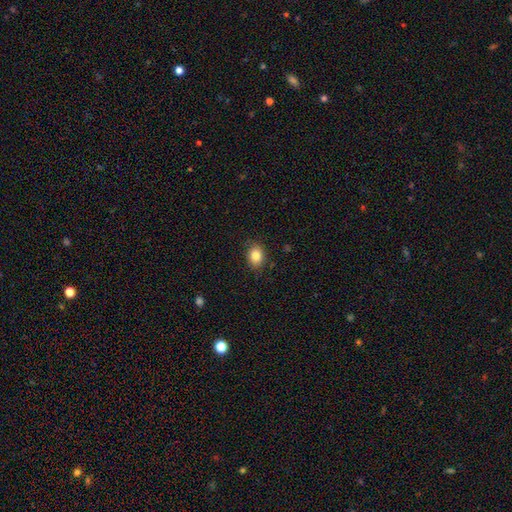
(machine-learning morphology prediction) Q: Smooth or featured?
A: smooth (84%); runner-up: star or artifact (9%)
Q: How rounded?
A: in between (56%); runner-up: round (43%)
Q: Merging?
A: none (86%); runner-up: minor disturbance (11%)